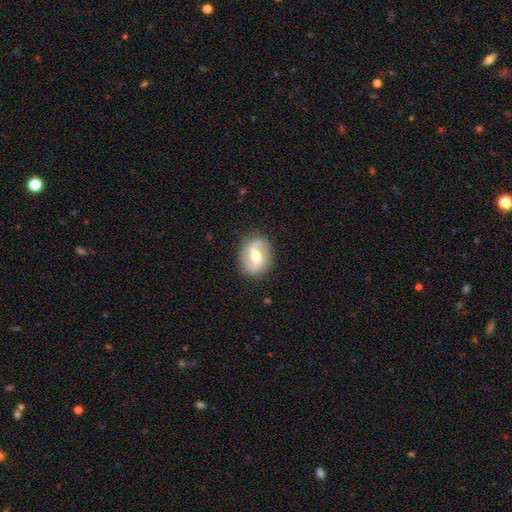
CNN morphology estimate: Smooth or featured? Predicted: featured or disk (p=0.79). Edge-on disk? Predicted: no (p=0.97). Bar? Predicted: weak (p=0.46). Spiral arms? Predicted: yes (p=0.90). Spiral winding? Predicted: medium (p=0.44). Spiral arm count? Predicted: 2 (p=0.89). Bulge size? Predicted: moderate (p=0.73). Merging? Predicted: none (p=0.84).